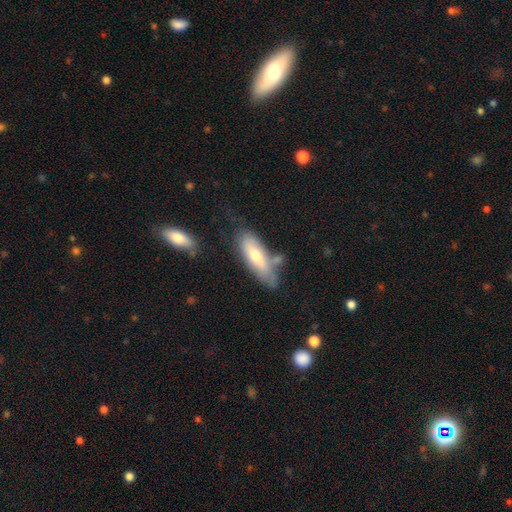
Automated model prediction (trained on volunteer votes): Overall: smooth (61%; featured or disk 32%). How rounded: in between (57%; cigar-shaped 41%). Merging: none (55%; minor disturbance 26%).